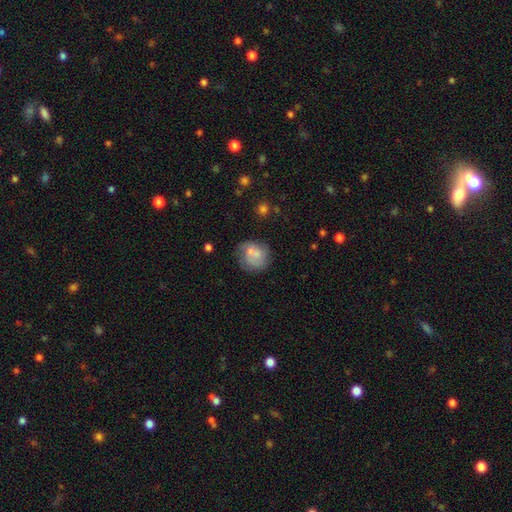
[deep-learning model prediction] Smooth or featured?
  - smooth: 55% *
  - featured or disk: 37%
  - star or artifact: 8%
How rounded?
  - round: 73% *
  - in between: 26%
  - cigar-shaped: 1%
Merging?
  - none: 47% *
  - merger: 22%
  - minor disturbance: 21%
  - major disturbance: 11%